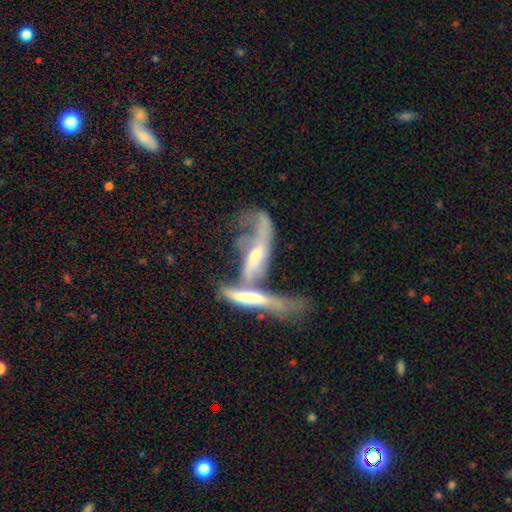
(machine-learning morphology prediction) Overall: featured or disk (73%). Edge-on disk: no (62%; yes 38%). Merging: merger (59%).